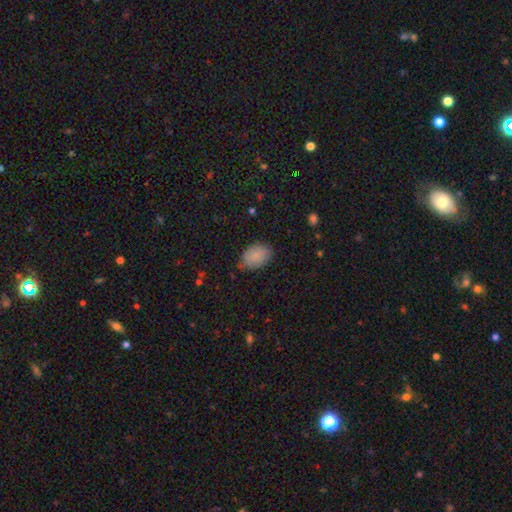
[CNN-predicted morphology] This is clearly a smooth galaxy (86%). How rounded: clearly in between (87%). Merging: likely none (74%).